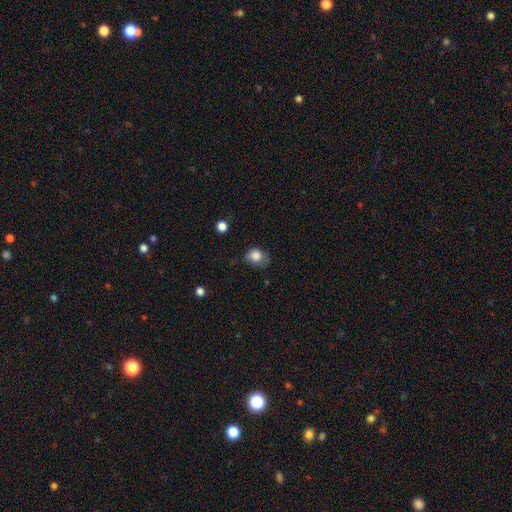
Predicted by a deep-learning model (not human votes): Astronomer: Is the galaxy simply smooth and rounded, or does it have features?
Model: smooth — 82%.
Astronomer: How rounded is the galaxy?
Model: round — 57% (runner-up: in between, 42%).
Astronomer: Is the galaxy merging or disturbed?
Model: none — 49% (runner-up: minor disturbance, 36%).